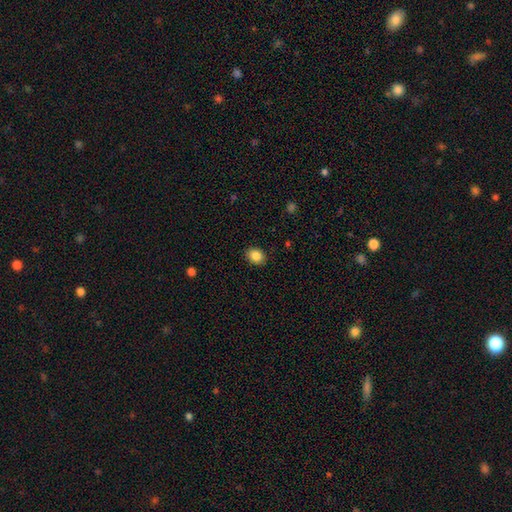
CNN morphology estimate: smooth 85%, star or artifact 9%, featured or disk 5%. Down the decision tree: how rounded — round (51%); merging — none (89%).